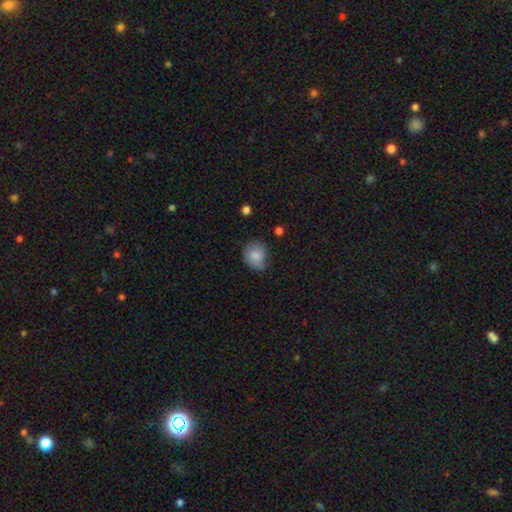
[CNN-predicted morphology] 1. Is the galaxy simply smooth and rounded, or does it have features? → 82% smooth, 10% featured or disk, 7% star or artifact.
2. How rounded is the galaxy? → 57% round, 42% in between, 1% cigar-shaped.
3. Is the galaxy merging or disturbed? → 61% none, 31% minor disturbance, 6% major disturbance, 2% merger.